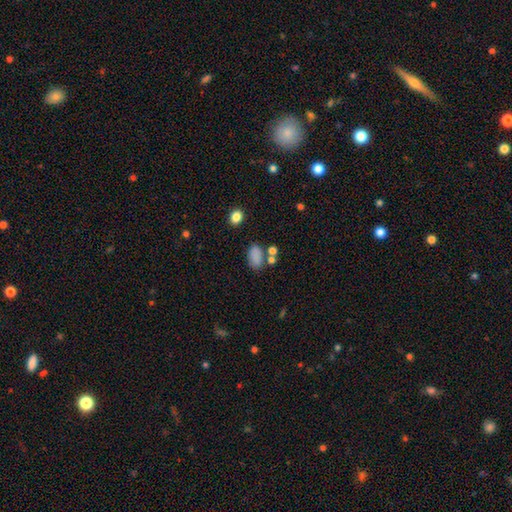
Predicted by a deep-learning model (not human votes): A smooth galaxy with no disk features (82%) that is in between round and cigar-shaped (88%). Merging: none (64%).